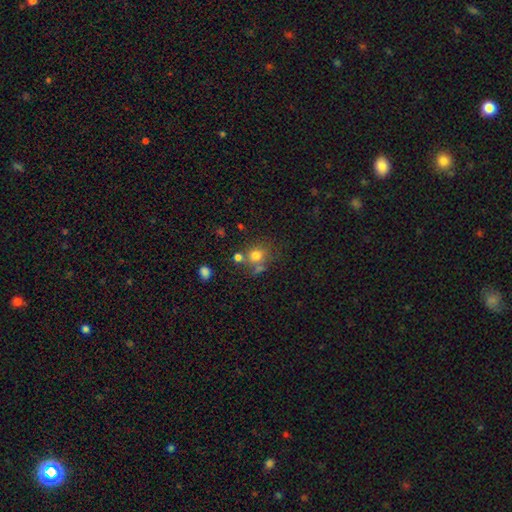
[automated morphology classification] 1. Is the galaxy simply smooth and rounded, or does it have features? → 74% smooth, 14% star or artifact, 11% featured or disk.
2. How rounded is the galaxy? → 75% round, 24% in between, 1% cigar-shaped.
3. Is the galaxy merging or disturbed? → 56% none, 23% merger, 14% minor disturbance, 7% major disturbance.